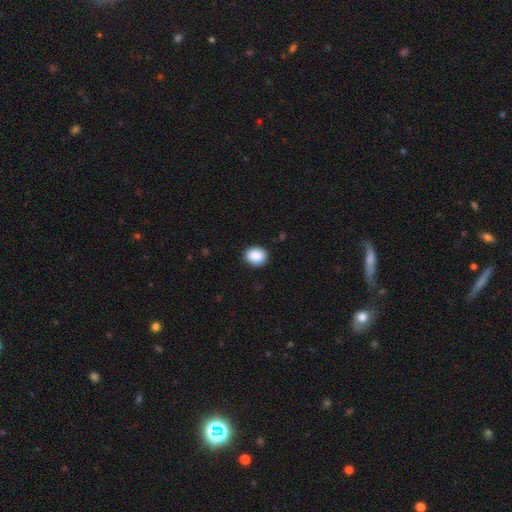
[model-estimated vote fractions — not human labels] Q: Smooth or featured?
A: smooth (89%); runner-up: star or artifact (8%)
Q: How rounded?
A: round (55%); runner-up: in between (44%)
Q: Merging?
A: none (88%); runner-up: minor disturbance (9%)